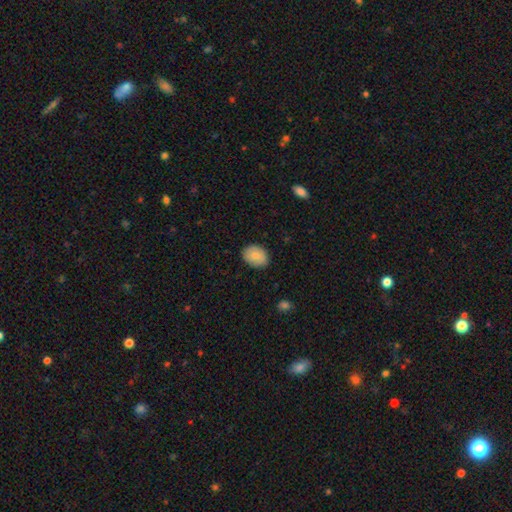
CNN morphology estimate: A smooth galaxy with no disk features (82%) that is in between round and cigar-shaped (64%).

Vote fractions:
- Smooth or featured? smooth: 82% / featured or disk: 11% / star or artifact: 7%
- How rounded? in between: 64% / round: 35% / cigar-shaped: 1%
- Merging? none: 86% / minor disturbance: 11% / major disturbance: 2% / merger: 1%